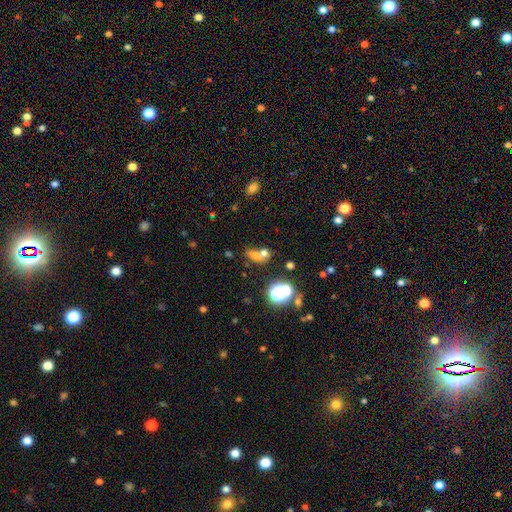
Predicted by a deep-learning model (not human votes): Smooth or featured? Predicted: smooth (p=0.61). How rounded? Predicted: in between (p=0.55). Merging? Predicted: merger (p=0.49).